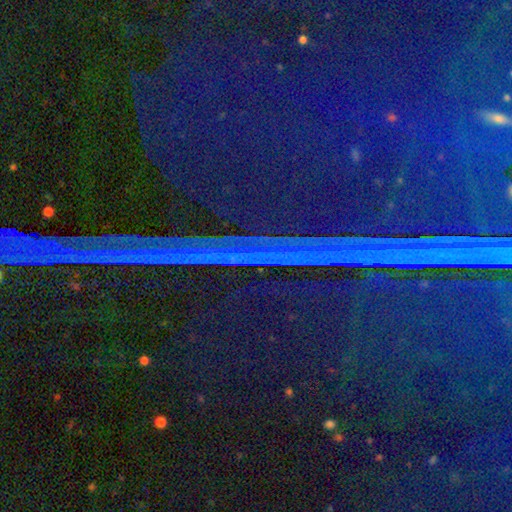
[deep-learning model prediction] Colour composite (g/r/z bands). It shows a star or artifact, not a galaxy (87%).